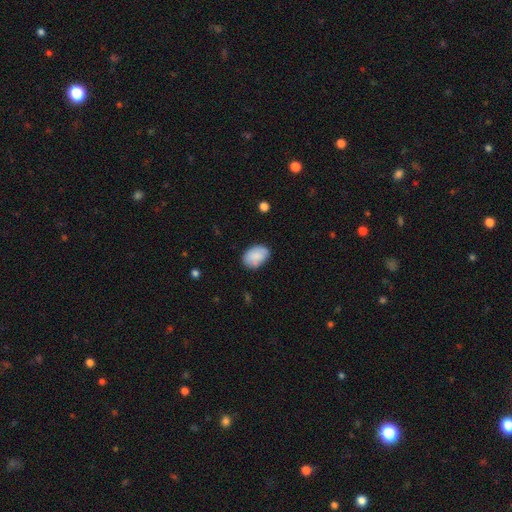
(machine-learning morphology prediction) type=smooth (85%); roundness=in between (87%); merging=none (76%).